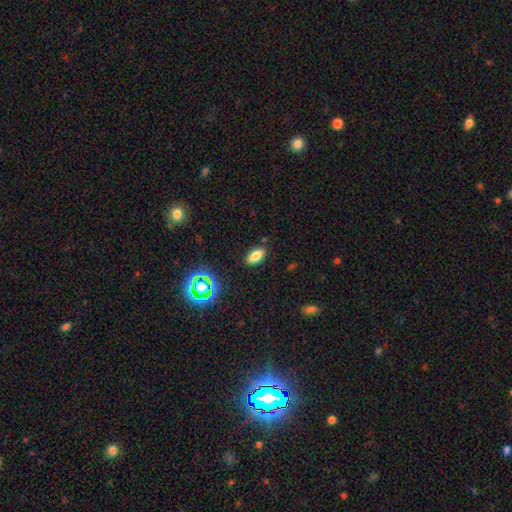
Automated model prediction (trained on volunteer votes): A smooth galaxy with no disk features (74%) that is in between round and cigar-shaped (88%). Merging: none (86%).